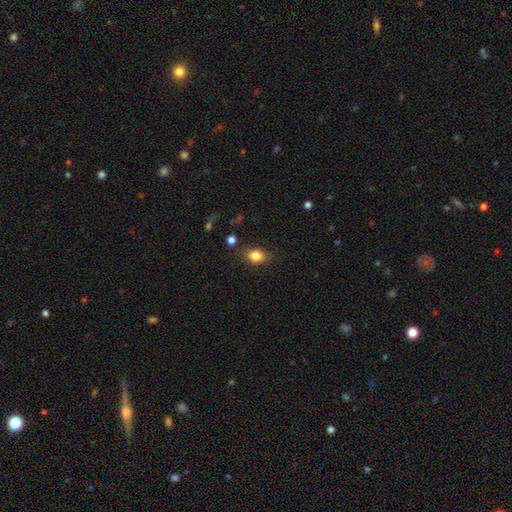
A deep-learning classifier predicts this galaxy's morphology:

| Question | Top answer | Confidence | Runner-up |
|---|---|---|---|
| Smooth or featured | smooth | 83% | star or artifact (10%) |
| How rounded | in between | 64% | round (34%) |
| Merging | none | 79% | minor disturbance (14%) |